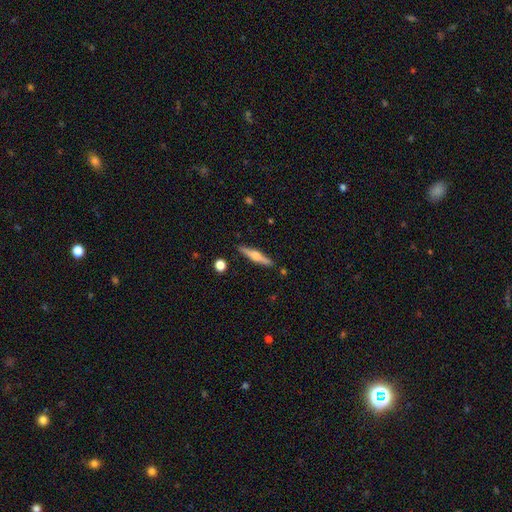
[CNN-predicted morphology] Smooth or featured: featured or disk — 56% (smooth — 38%)
Edge-on disk: yes — 97% (no — 3%)
Edge-on bulge: rounded — 86% (boxy — 8%)
Merging: none — 88% (minor disturbance — 8%)